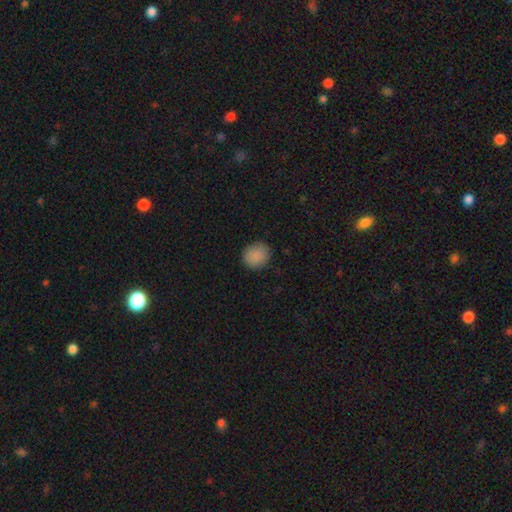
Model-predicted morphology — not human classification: smooth 88%, star or artifact 8%, featured or disk 4%. Down the decision tree: how rounded — round (85%); merging — none (86%).